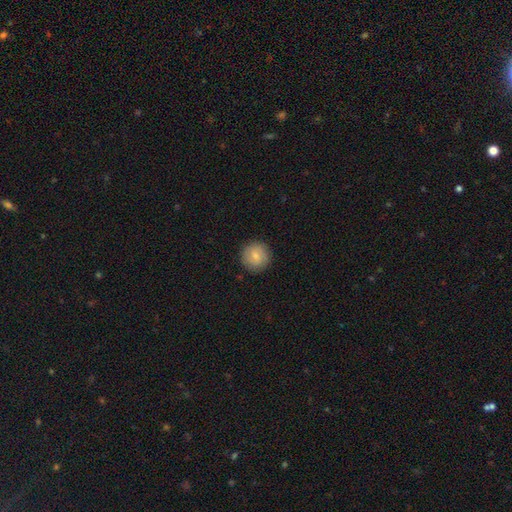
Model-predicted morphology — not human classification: smooth_or_featured: smooth (p=0.75) [alt: featured or disk p=0.18]
how_rounded: round (p=0.94) [alt: in between p=0.05]
merging: none (p=0.89) [alt: minor disturbance p=0.07]